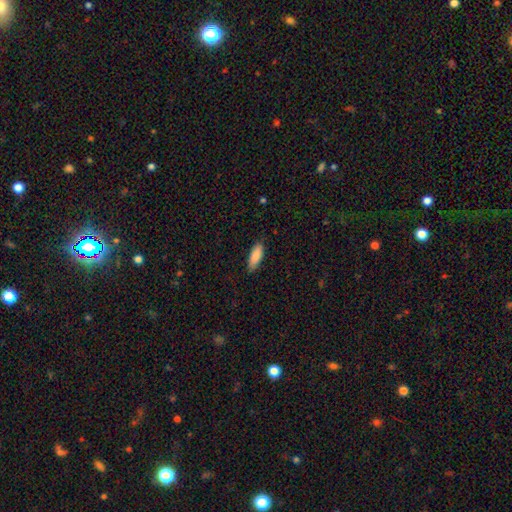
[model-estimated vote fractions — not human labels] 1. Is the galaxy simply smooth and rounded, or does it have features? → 87% smooth, 7% featured or disk, 6% star or artifact.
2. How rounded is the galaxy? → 67% in between, 31% cigar-shaped, 2% round.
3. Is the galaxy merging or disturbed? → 85% none, 12% minor disturbance, 2% major disturbance, 1% merger.